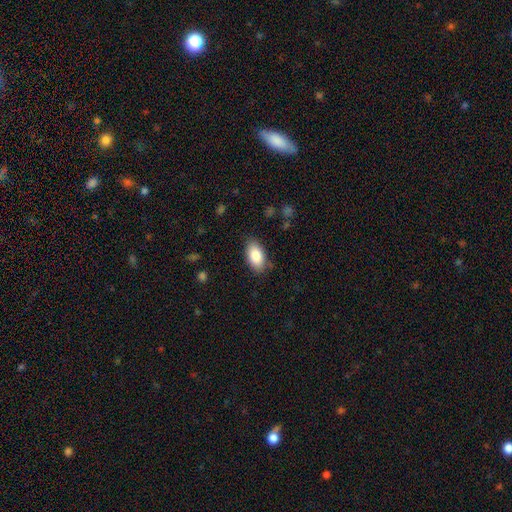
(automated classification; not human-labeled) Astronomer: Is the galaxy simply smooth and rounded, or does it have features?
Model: smooth — 87%.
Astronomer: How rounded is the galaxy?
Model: in between — 94%.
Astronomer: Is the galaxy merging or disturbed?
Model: none — 84%.